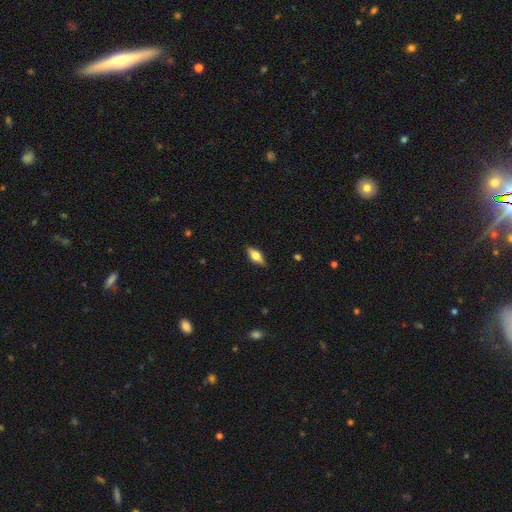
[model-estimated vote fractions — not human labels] Smooth or featured? Predicted: smooth (p=0.53). How rounded? Predicted: in between (p=0.72). Merging? Predicted: none (p=0.85).